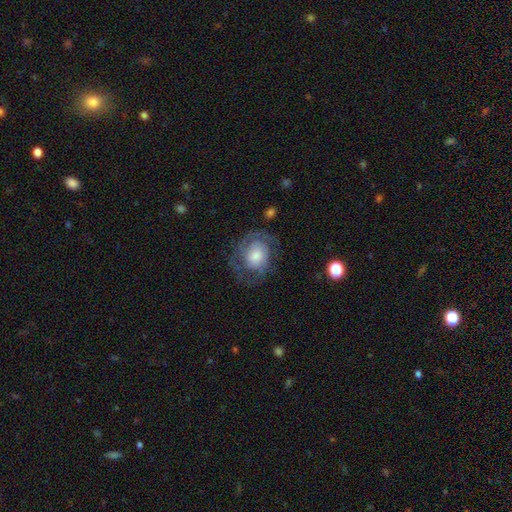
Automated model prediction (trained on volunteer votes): Morphology: type=featured or disk (65%); edge-on=no (97%); bar=no (75%); spiral arms=yes (82%); winding=tight (51%); arm count=2 (46%); bulge=moderate (45%); merging=none (66%).